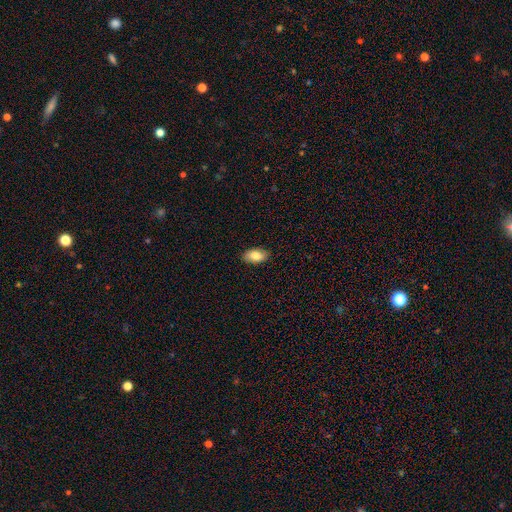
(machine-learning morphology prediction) Smooth or featured? Predicted: smooth (p=0.83). How rounded? Predicted: in between (p=0.93). Merging? Predicted: none (p=0.88).